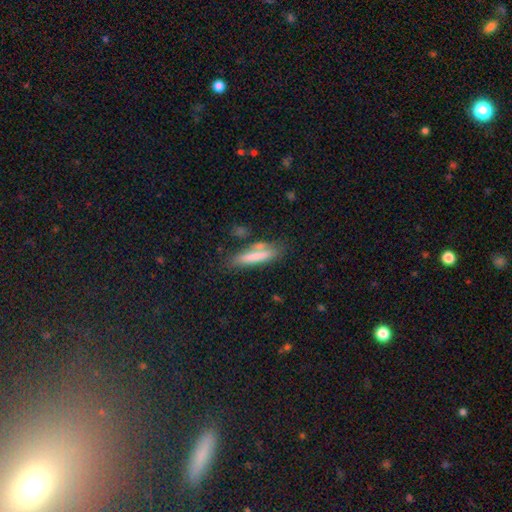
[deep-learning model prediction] Q: Smooth or featured?
A: smooth (75%); runner-up: featured or disk (18%)
Q: How rounded?
A: cigar-shaped (79%); runner-up: in between (19%)
Q: Merging?
A: none (63%); runner-up: minor disturbance (18%)